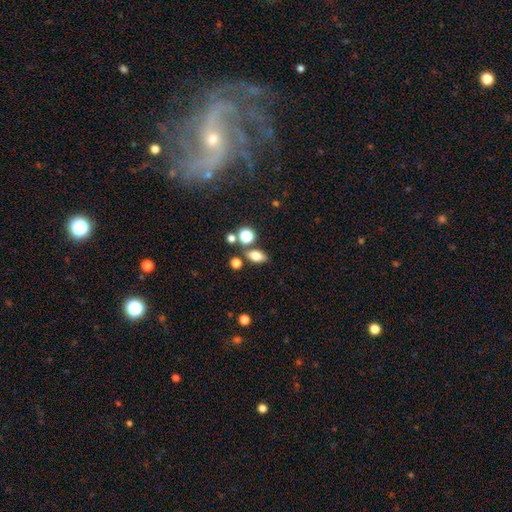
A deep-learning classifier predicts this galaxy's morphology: Smooth or featured? smooth (75%)
How rounded? in between (80%)
Merging? none (74%)